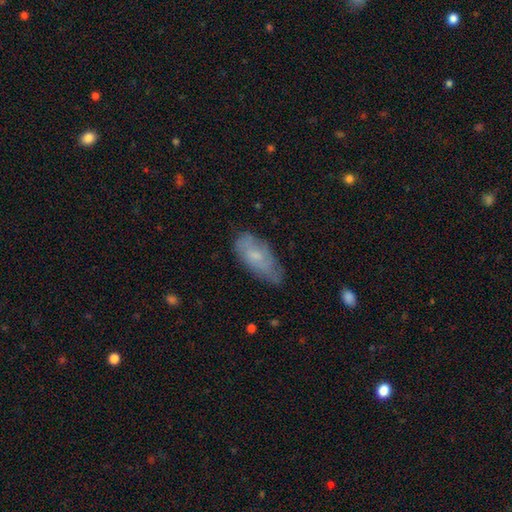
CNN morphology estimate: Smooth or featured? Predicted: smooth (p=0.61). How rounded? Predicted: in between (p=0.86). Merging? Predicted: none (p=0.58).